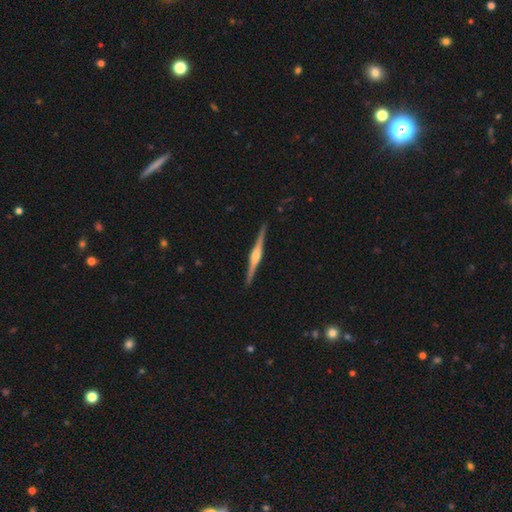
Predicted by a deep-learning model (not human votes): Smooth or featured? featured or disk (85%)
Edge-on disk? yes (99%)
Edge-on bulge? rounded (83%)
Merging? none (92%)